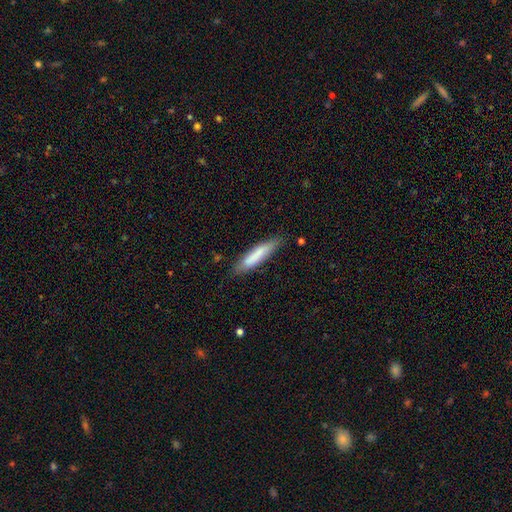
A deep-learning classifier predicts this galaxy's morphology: Q: Smooth or featured?
A: smooth (76%); runner-up: featured or disk (18%)
Q: How rounded?
A: cigar-shaped (84%); runner-up: in between (14%)
Q: Merging?
A: none (79%); runner-up: minor disturbance (16%)